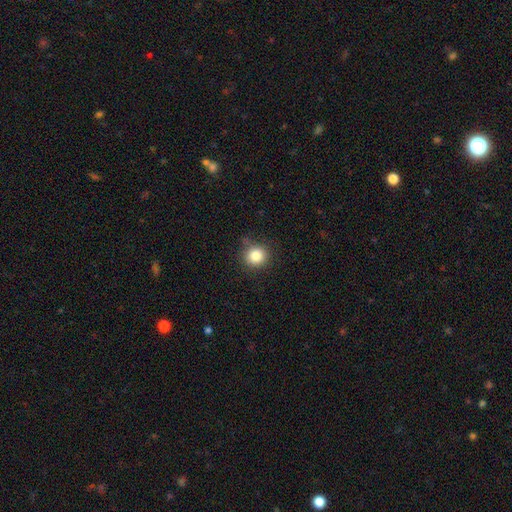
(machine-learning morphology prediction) Smooth or featured? smooth (84%)
How rounded? round (91%)
Merging? none (81%)